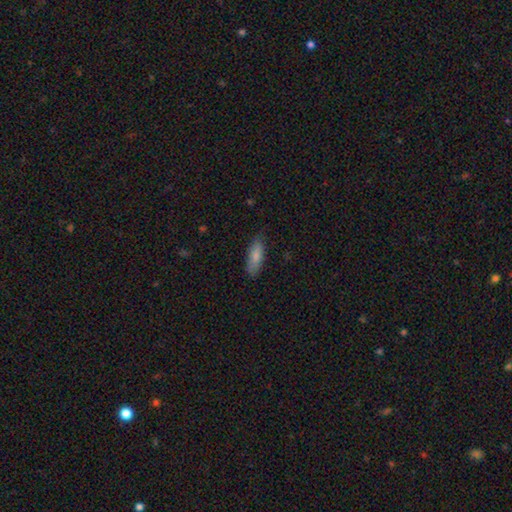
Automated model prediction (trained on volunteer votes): A smooth galaxy with no disk features (83%) that is in between round and cigar-shaped (63%).

Vote fractions:
- Smooth or featured? smooth: 83% / featured or disk: 11% / star or artifact: 6%
- How rounded? in between: 63% / cigar-shaped: 36% / round: 2%
- Merging? none: 79% / minor disturbance: 17% / major disturbance: 3% / merger: 1%